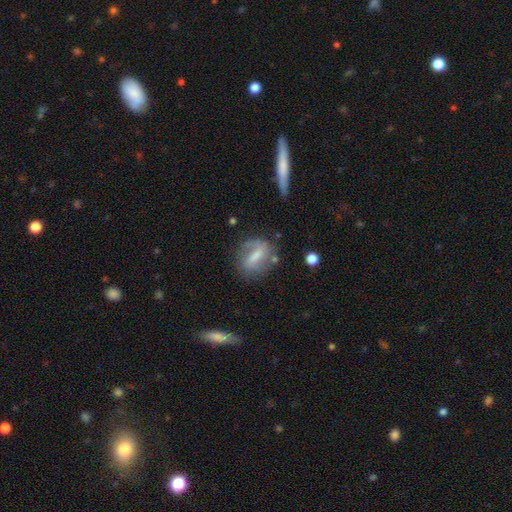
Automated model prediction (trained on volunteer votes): smooth_or_featured: featured or disk (p=0.53) [alt: smooth p=0.38]
disk_edge_on: no (p=0.92) [alt: yes p=0.08]
merging: none (p=0.62) [alt: minor disturbance p=0.22]